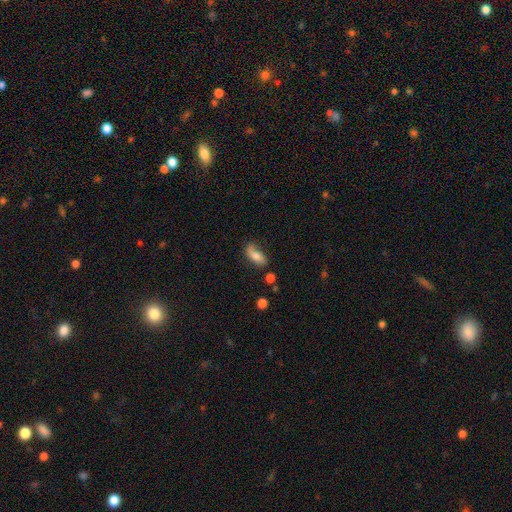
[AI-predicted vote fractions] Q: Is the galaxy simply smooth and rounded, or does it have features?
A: smooth — 70%.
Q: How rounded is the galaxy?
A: in between — 78%.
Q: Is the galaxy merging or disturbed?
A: none — 60%.